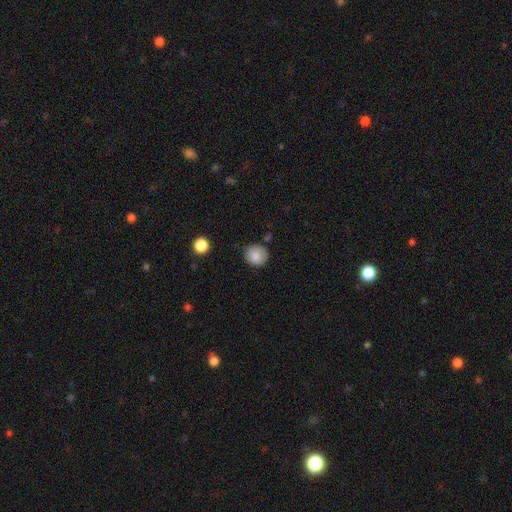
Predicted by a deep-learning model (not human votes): Smooth or featured? Predicted: smooth (p=0.86). How rounded? Predicted: round (p=0.89). Merging? Predicted: none (p=0.80).